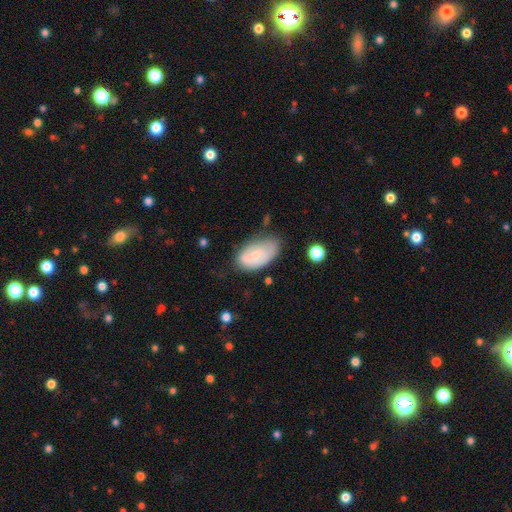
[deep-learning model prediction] Smooth or featured?
  - smooth: 57% *
  - featured or disk: 37%
  - star or artifact: 7%
How rounded?
  - in between: 93% *
  - round: 6%
  - cigar-shaped: 2%
Merging?
  - none: 58% *
  - minor disturbance: 31%
  - major disturbance: 9%
  - merger: 3%